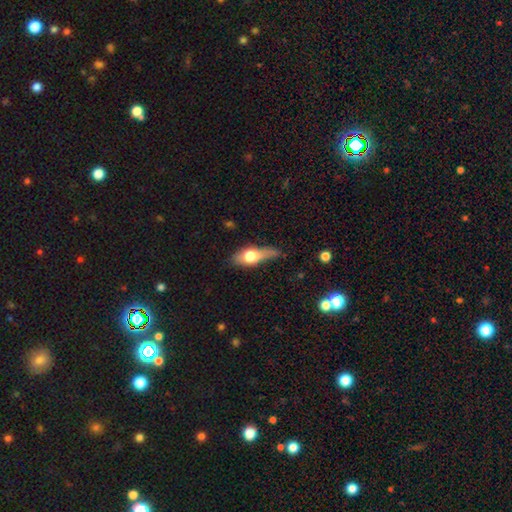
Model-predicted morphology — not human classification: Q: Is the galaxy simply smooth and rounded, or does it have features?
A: smooth — 59%.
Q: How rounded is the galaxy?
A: in between — 64%.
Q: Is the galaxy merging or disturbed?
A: minor disturbance — 40%.